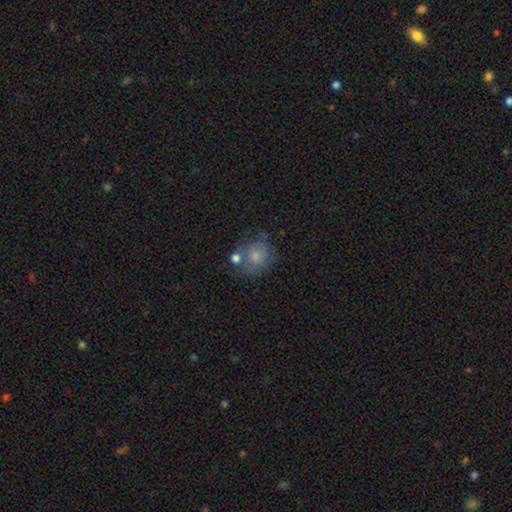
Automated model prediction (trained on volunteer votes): The model was most divided on "merging": none: 44%, minor disturbance: 22%, merger: 20%, major disturbance: 13%. More confident: how rounded — round (75%); smooth or featured — smooth (68%).